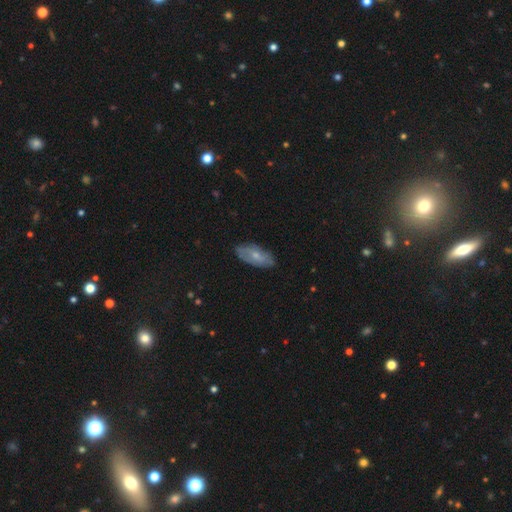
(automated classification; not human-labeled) Overall: smooth (53%; featured or disk 41%). How rounded: in between (87%). Merging: none (77%).